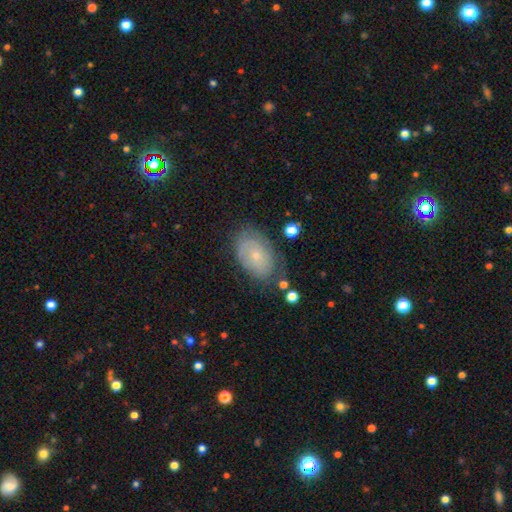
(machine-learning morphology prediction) The model was most divided on "smooth or featured": smooth: 48%, featured or disk: 43%, star or artifact: 9%. More confident: merging — none (66%).